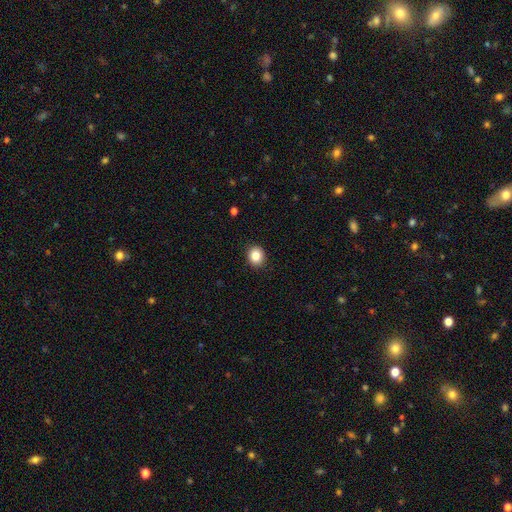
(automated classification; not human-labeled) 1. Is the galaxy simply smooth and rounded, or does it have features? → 85% smooth, 10% star or artifact, 5% featured or disk.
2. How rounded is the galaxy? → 72% round, 27% in between, 1% cigar-shaped.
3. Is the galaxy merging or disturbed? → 91% none, 6% minor disturbance, 2% major disturbance, 1% merger.